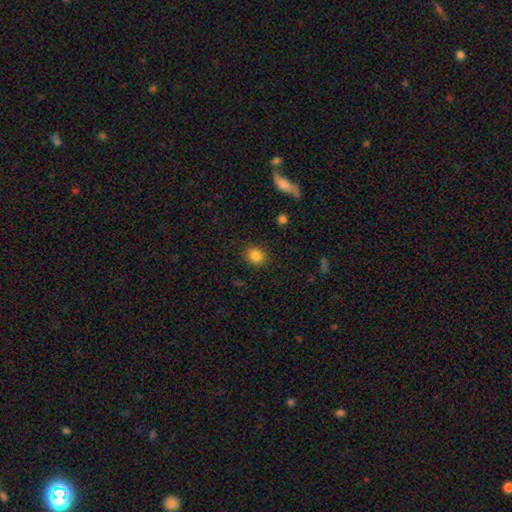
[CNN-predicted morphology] Q: Smooth or featured?
A: smooth (84%); runner-up: star or artifact (11%)
Q: How rounded?
A: round (76%); runner-up: in between (23%)
Q: Merging?
A: none (89%); runner-up: minor disturbance (8%)